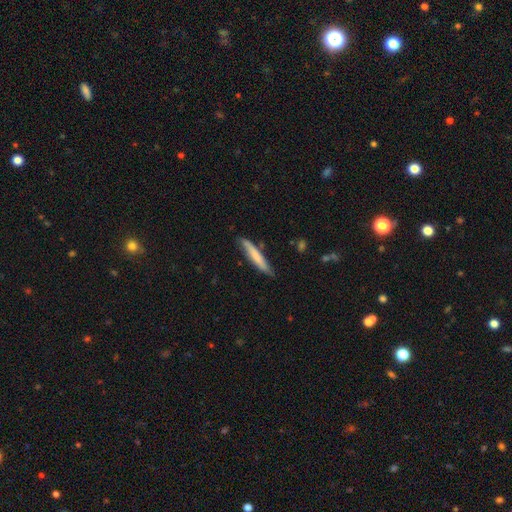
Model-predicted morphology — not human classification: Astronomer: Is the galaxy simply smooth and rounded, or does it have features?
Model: smooth — 68%.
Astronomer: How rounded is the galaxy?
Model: cigar-shaped — 93%.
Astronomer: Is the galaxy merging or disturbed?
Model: none — 77%.